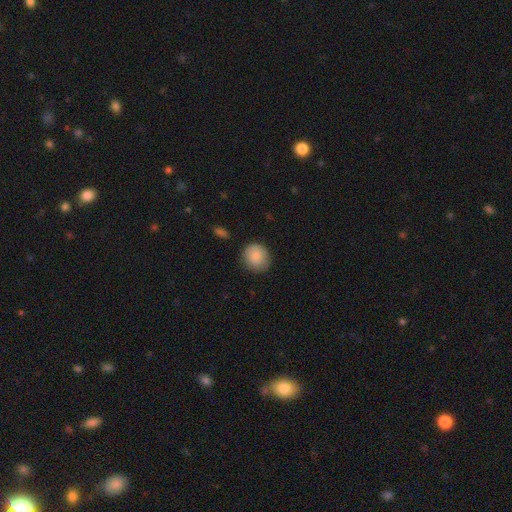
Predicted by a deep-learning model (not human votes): This appears to be a smooth galaxy with no disk features (86%) that is round (85%). Merging: none (83%).